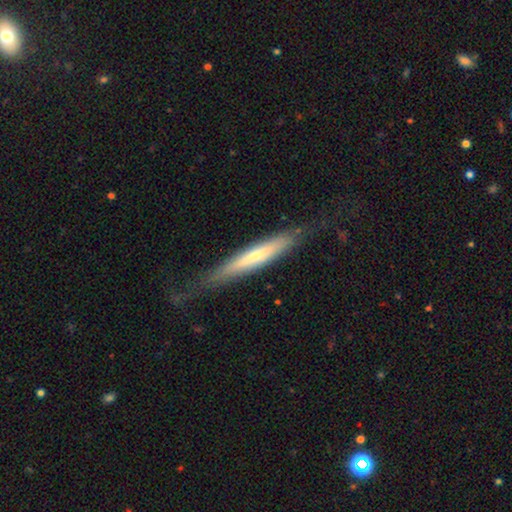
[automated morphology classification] The model was most divided on "smooth or featured": featured or disk: 48%, smooth: 46%, star or artifact: 6%. More confident: merging — none (71%).